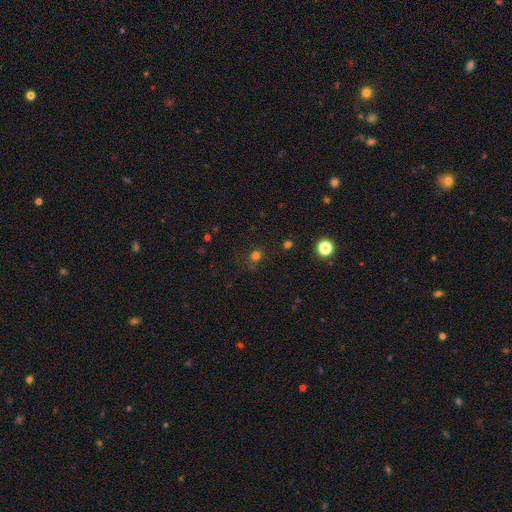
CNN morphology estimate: type=smooth (70%); roundness=round (83%); merging=none (76%).